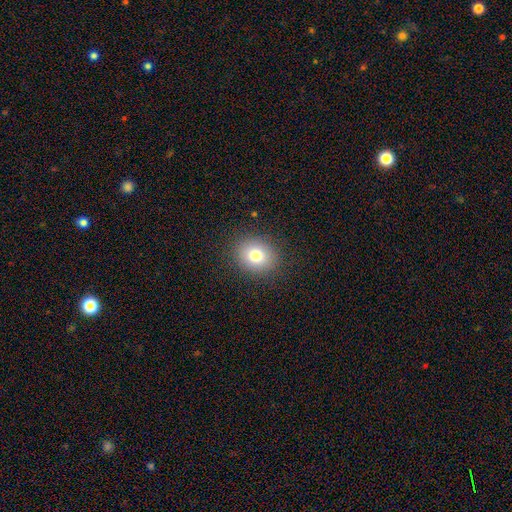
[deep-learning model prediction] Morphology: type=smooth (78%); roundness=round (64%); merging=none (87%).